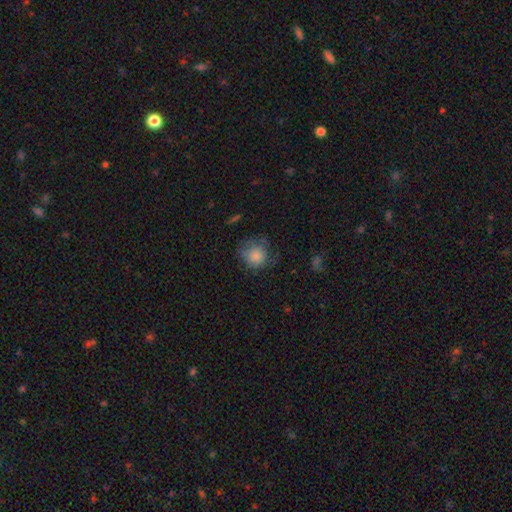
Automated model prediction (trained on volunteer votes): A smooth galaxy with no disk features (80%) that is round (84%). Merging: none (53%).